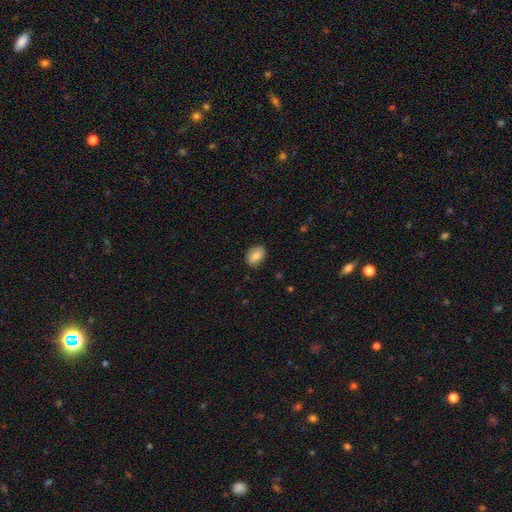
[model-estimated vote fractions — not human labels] This appears to be a smooth galaxy with no disk features (85%) that is in between round and cigar-shaped (87%). Merging: none (84%).